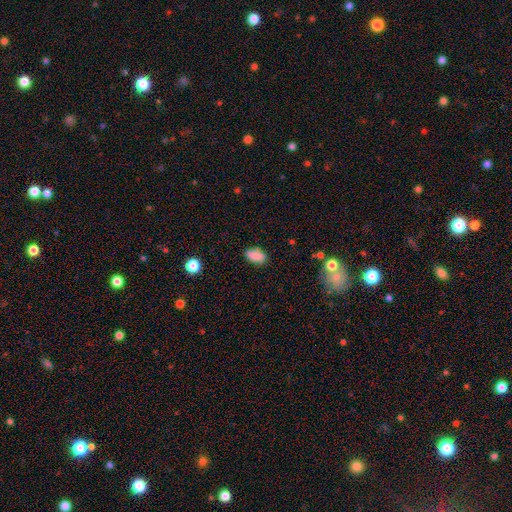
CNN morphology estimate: Smooth or featured? smooth (85%)
How rounded? in between (89%)
Merging? none (77%)